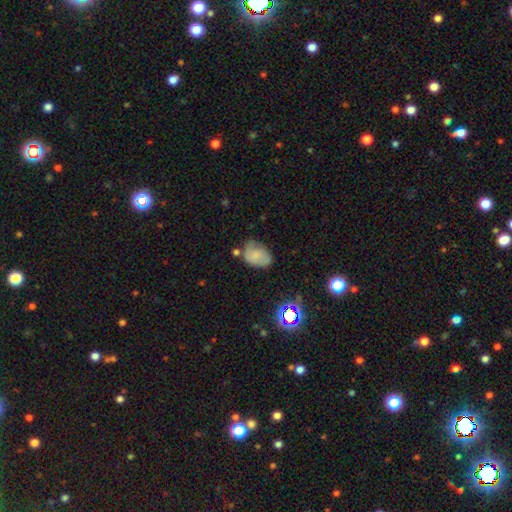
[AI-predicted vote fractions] This appears to be a smooth galaxy with no disk features (69%) that is in between round and cigar-shaped (79%). Merging: none (49%).